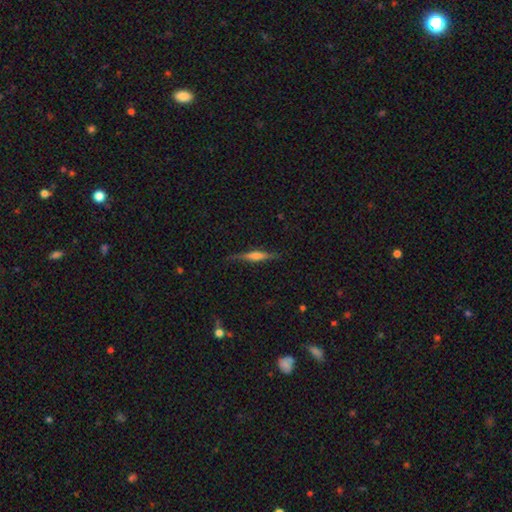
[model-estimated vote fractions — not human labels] Morphology: type=featured or disk (66%); edge-on=yes (97%); edge-on bulge=rounded (69%); merging=none (84%).